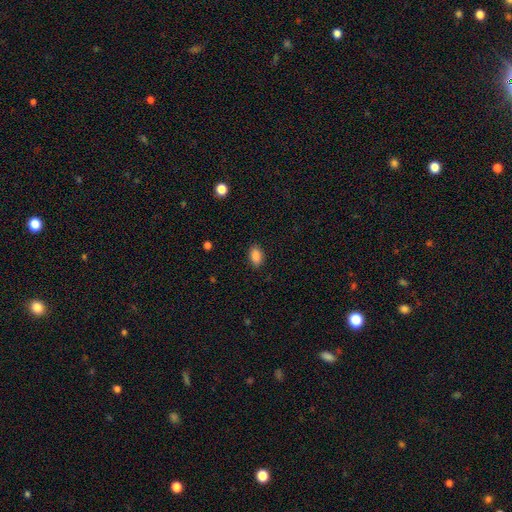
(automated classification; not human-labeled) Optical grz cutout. It shows a smooth galaxy with no disk features (88%) that is in between round and cigar-shaped (90%). Merging: none (88%).